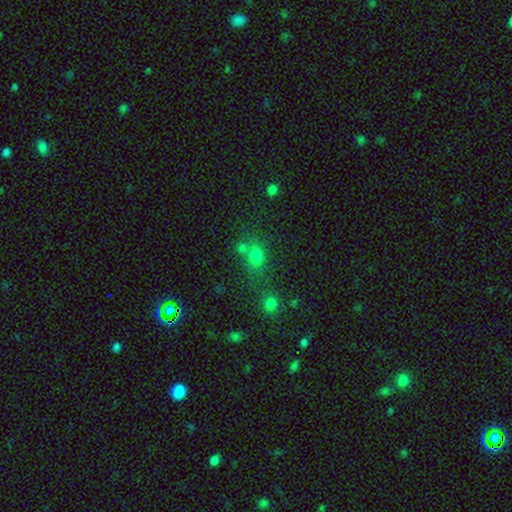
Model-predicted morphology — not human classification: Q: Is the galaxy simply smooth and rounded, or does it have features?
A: smooth — 72%.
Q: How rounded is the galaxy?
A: round — 58%.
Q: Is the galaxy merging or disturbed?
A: none — 49%.